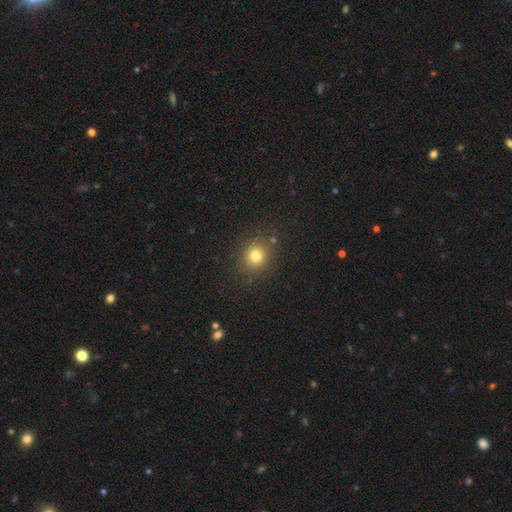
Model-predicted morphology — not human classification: The model was most divided on "how rounded": round: 81%, in between: 19%, cigar-shaped: 1%. More confident: merging — none (85%); smooth or featured — smooth (79%).